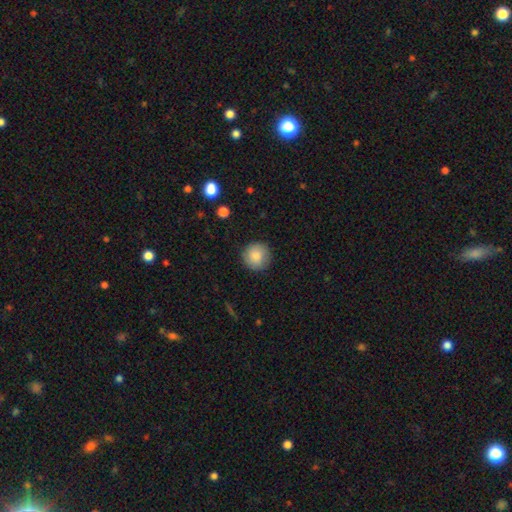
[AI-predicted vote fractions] The model was most divided on "smooth or featured": smooth: 85%, featured or disk: 7%, star or artifact: 7%. More confident: how rounded — round (94%); merging — none (88%).